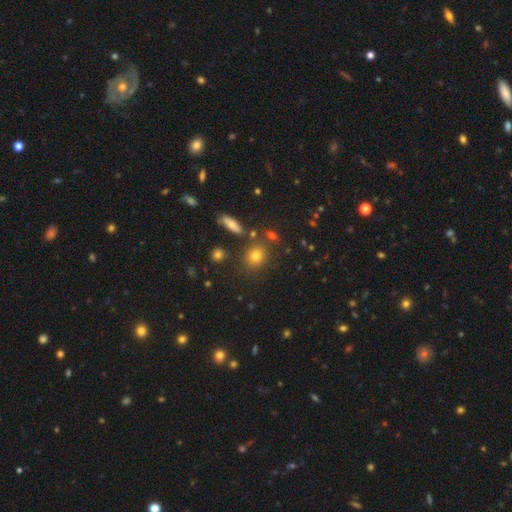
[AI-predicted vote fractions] This appears to be a smooth galaxy with no disk features (74%) that is round (68%). Merging: none (77%).